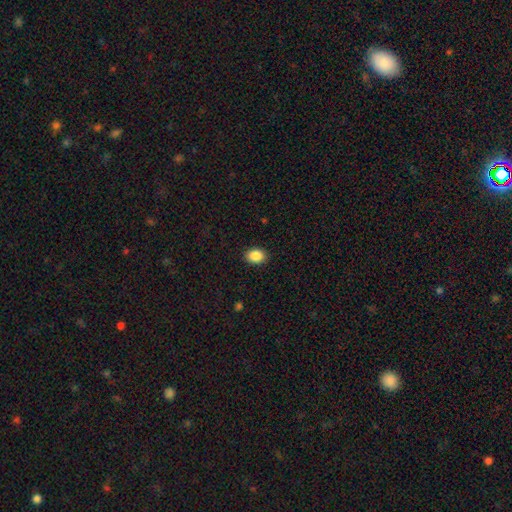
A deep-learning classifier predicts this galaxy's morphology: smooth 88%, star or artifact 8%, featured or disk 3%. Down the decision tree: how rounded — in between (68%); merging — none (90%).